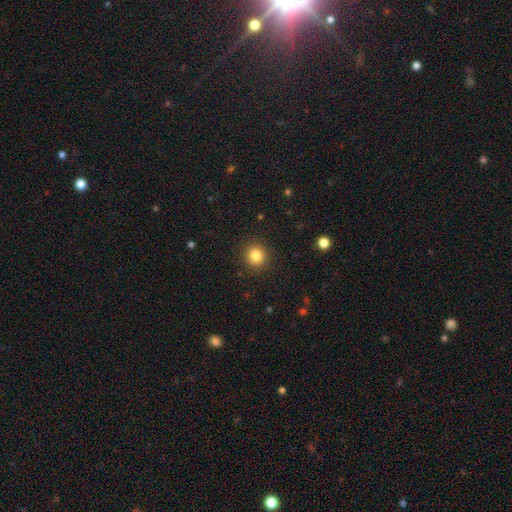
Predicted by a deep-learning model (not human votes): The model was most divided on "smooth or featured": smooth: 83%, star or artifact: 12%, featured or disk: 5%. More confident: how rounded — round (91%); merging — none (91%).